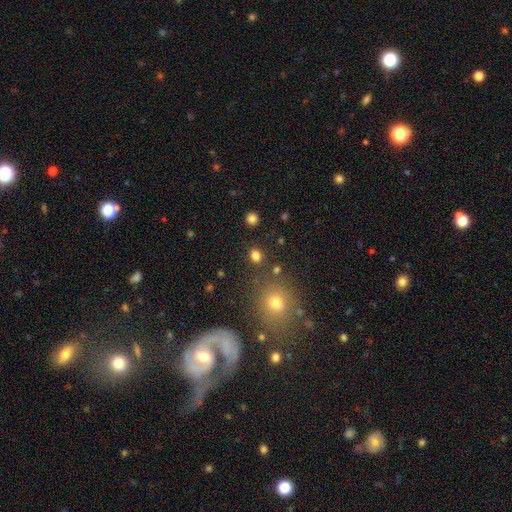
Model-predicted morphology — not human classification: Q: Smooth or featured?
A: smooth (80%); runner-up: star or artifact (15%)
Q: How rounded?
A: round (73%); runner-up: in between (25%)
Q: Merging?
A: none (85%); runner-up: minor disturbance (8%)